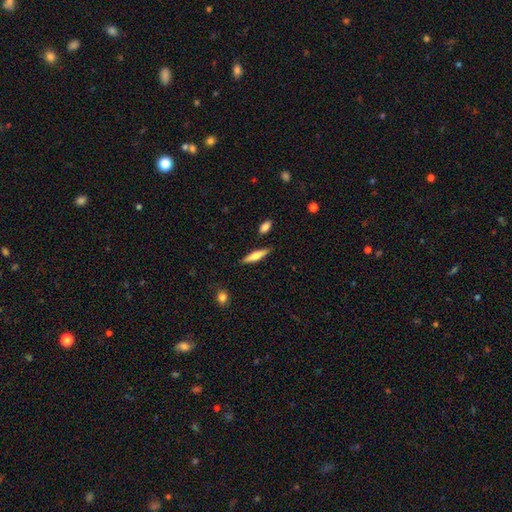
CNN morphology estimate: Smooth or featured: smooth — 59% (featured or disk — 34%)
How rounded: cigar-shaped — 78% (in between — 20%)
Merging: none — 86% (minor disturbance — 9%)